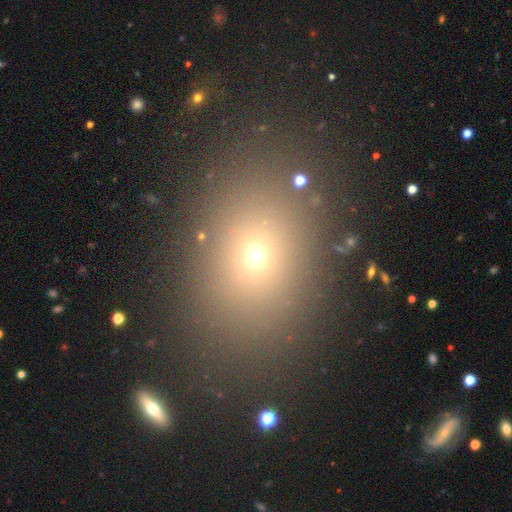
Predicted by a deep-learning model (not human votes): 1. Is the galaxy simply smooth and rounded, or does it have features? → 65% smooth, 25% star or artifact, 10% featured or disk.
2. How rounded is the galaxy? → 56% in between, 42% round, 2% cigar-shaped.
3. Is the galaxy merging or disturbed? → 83% none, 9% minor disturbance, 5% major disturbance, 4% merger.